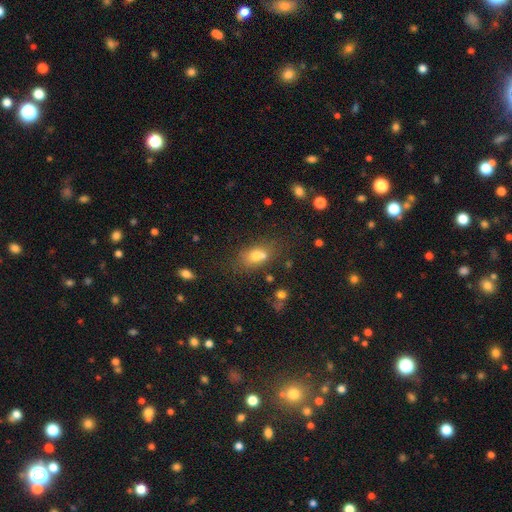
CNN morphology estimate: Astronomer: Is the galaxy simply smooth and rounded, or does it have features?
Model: smooth — 69%.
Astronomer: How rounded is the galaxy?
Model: in between — 70%.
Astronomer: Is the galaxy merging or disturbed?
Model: merger — 40%, tied with none at 40%.